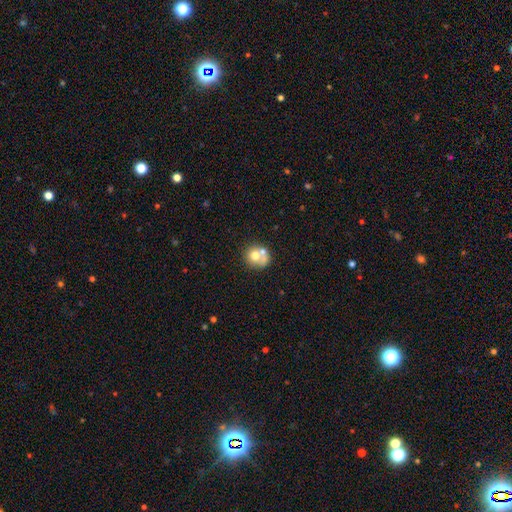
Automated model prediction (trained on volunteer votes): smooth-or-featured: smooth: 66% | featured or disk: 24% | star or artifact: 10%
  how-rounded: round: 82% | in between: 17% | cigar-shaped: 1%
  merging: merger: 44% | none: 40% | minor disturbance: 10% | major disturbance: 6%